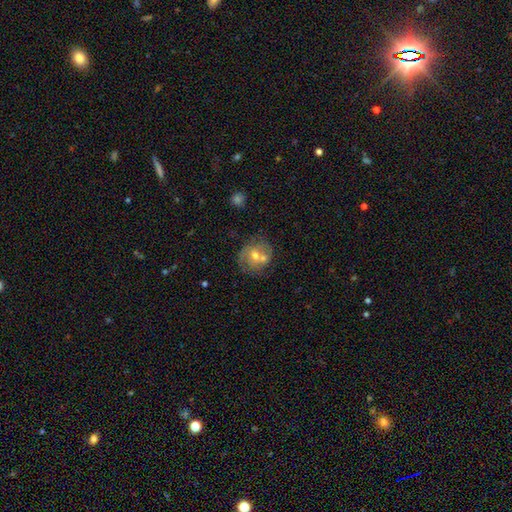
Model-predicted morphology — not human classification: smooth-or-featured: featured or disk: 52% | smooth: 40% | star or artifact: 8%
  disk-edge-on: no: 97% | yes: 3%
    bar: no: 67% | weak: 27% | strong: 6%
    has-spiral-arms: yes: 61% | no: 39%
    bulge-size: moderate: 69% | small: 23% | large: 5% | none: 2% | dominant: 1%
  merging: none: 41% | merger: 37% | minor disturbance: 14% | major disturbance: 7%